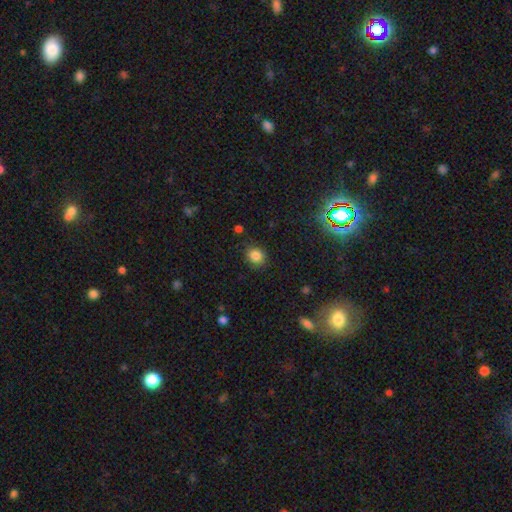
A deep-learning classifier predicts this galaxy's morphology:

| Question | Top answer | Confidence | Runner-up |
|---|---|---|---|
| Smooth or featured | smooth | 85% | star or artifact (11%) |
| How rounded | round | 71% | in between (28%) |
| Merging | none | 85% | minor disturbance (10%) |